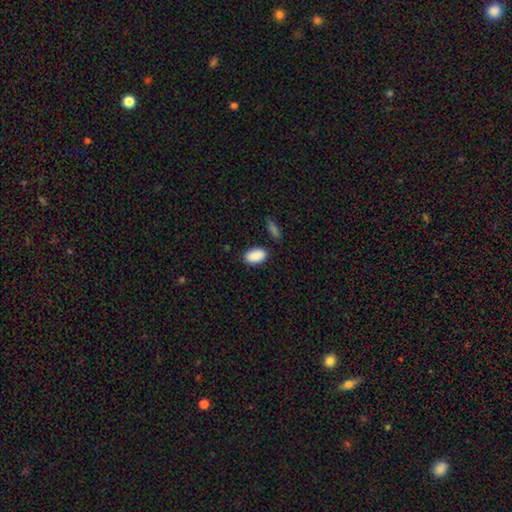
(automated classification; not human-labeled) Smooth or featured: smooth — 90% (star or artifact — 7%)
How rounded: in between — 93% (round — 5%)
Merging: none — 82% (minor disturbance — 12%)